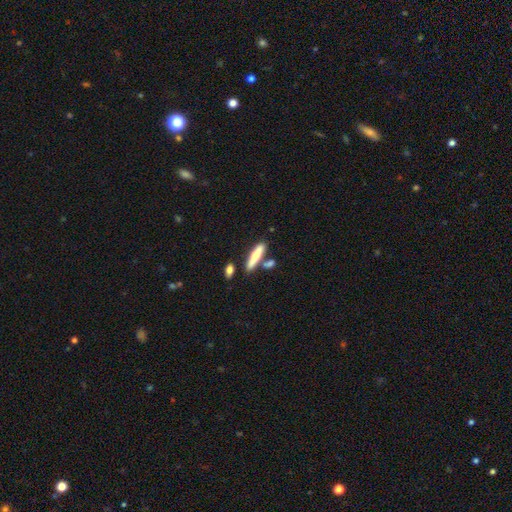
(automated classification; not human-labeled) Smooth or featured? Predicted: smooth (p=0.63). How rounded? Predicted: cigar-shaped (p=0.73). Merging? Predicted: none (p=0.67).